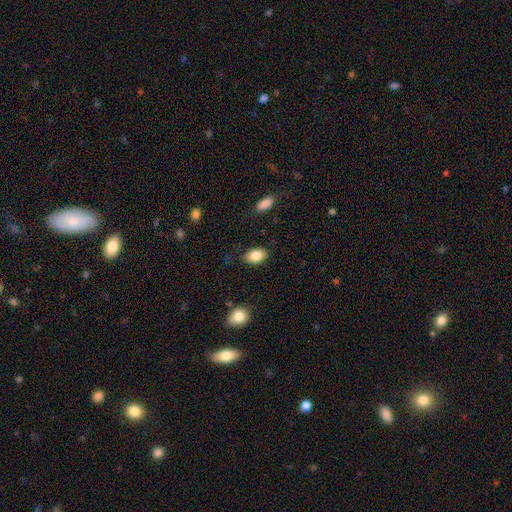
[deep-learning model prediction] This is clearly a smooth galaxy (83%). How rounded: clearly in between (89%). Merging: clearly none (84%).